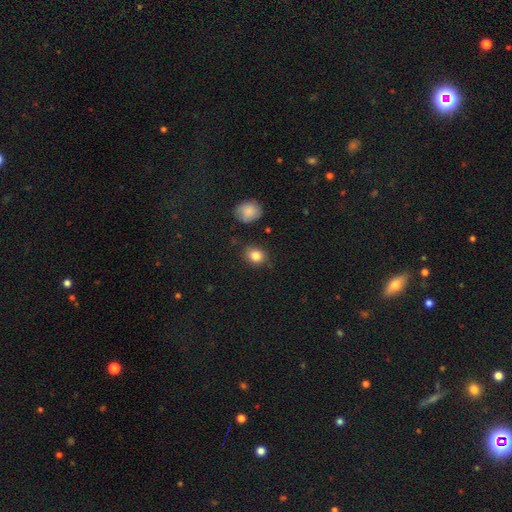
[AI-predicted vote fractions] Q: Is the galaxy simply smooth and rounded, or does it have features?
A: smooth — 84%.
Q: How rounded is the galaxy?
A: round — 55%.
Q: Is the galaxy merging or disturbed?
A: none — 79%.